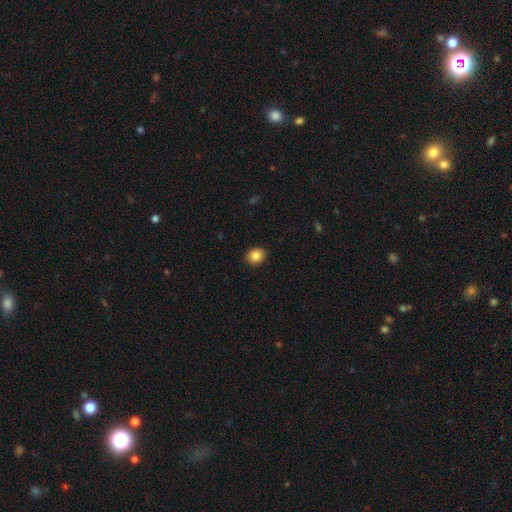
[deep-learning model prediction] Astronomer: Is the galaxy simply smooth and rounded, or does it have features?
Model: smooth — 85%.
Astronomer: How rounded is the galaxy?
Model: round — 68%.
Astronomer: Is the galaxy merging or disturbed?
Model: none — 91%.